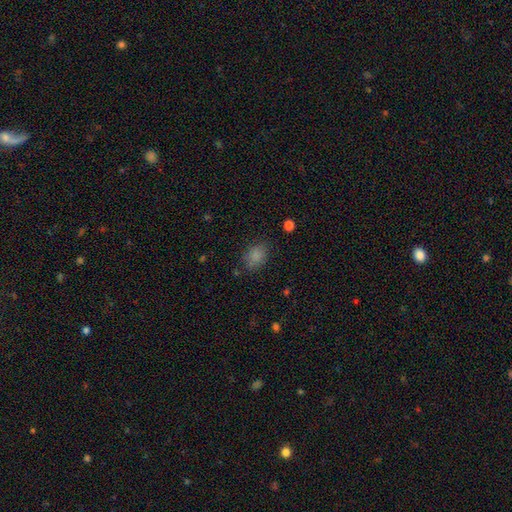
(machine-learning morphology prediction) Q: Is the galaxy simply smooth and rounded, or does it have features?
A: smooth — 83%.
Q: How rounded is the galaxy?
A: in between — 72%.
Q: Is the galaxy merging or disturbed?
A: none — 78%.